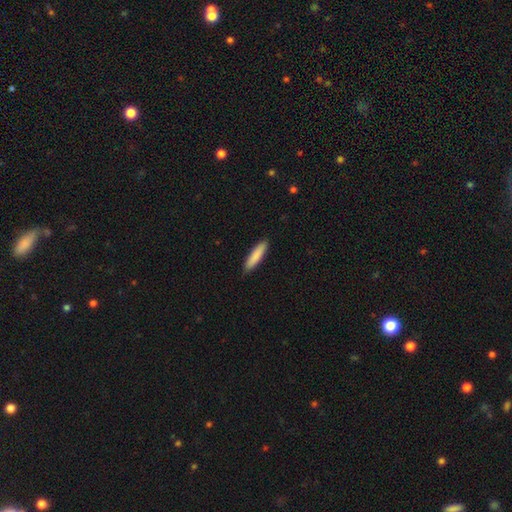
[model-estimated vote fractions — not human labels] A smooth galaxy with no disk features (86%) that is cigar-shaped (80%).

Vote fractions:
- Smooth or featured? smooth: 86% / featured or disk: 8% / star or artifact: 5%
- How rounded? cigar-shaped: 80% / in between: 19% / round: 1%
- Merging? none: 90% / minor disturbance: 8% / major disturbance: 2% / merger: 1%